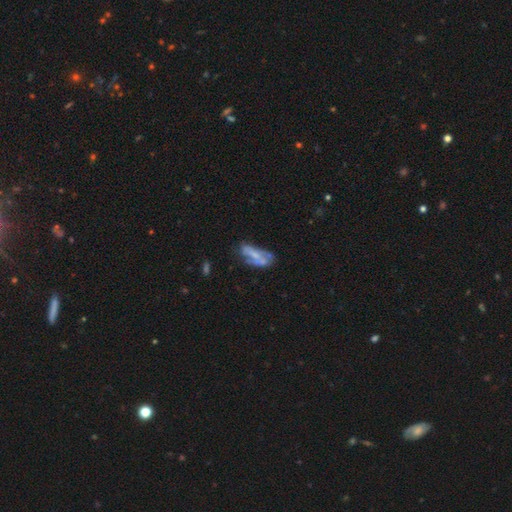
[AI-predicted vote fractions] A featured or disk galaxy (48%). Merging: none (37%).